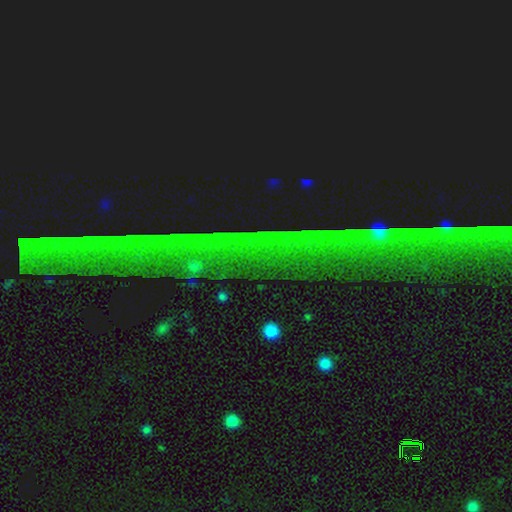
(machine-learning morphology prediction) Smooth or featured? Predicted: star or artifact (p=0.83).